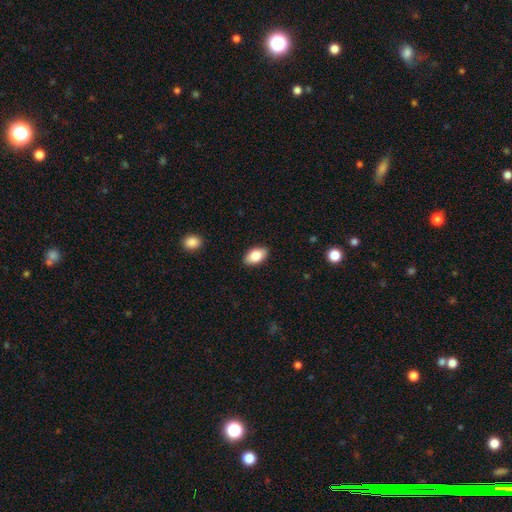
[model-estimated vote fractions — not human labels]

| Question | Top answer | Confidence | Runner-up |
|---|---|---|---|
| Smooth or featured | smooth | 83% | featured or disk (10%) |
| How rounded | in between | 93% | round (5%) |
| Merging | none | 88% | minor disturbance (9%) |